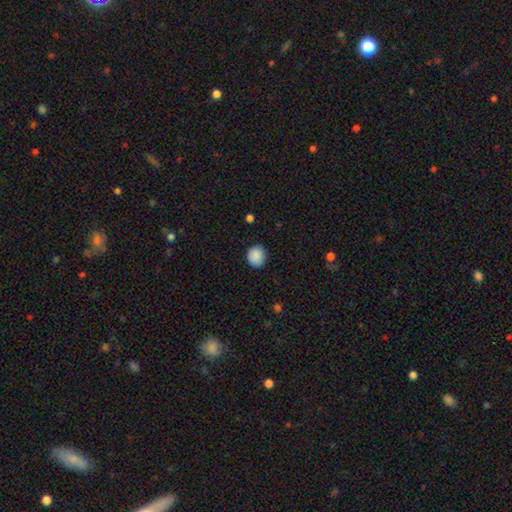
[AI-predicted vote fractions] Morphology: type=smooth (89%); roundness=round (70%); merging=none (87%).